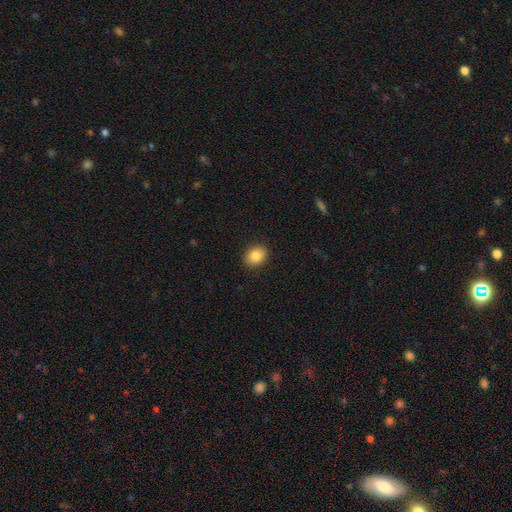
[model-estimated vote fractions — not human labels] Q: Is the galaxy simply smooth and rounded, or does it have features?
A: smooth — 85%.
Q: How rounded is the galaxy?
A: in between — 61%.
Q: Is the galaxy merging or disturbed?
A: none — 90%.